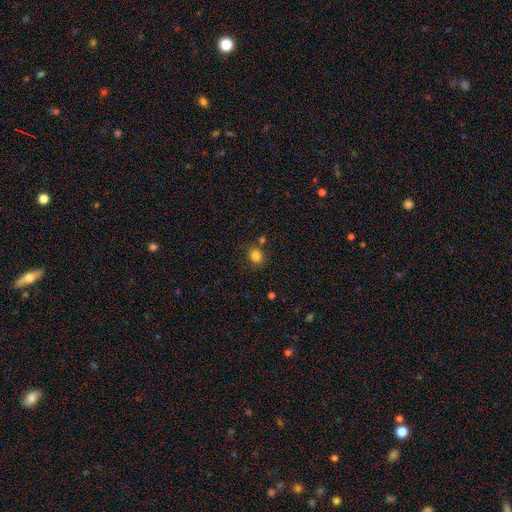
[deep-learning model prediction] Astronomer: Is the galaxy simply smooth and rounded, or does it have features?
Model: smooth — 83%.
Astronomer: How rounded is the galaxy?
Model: round — 77%.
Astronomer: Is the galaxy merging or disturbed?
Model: none — 78%.